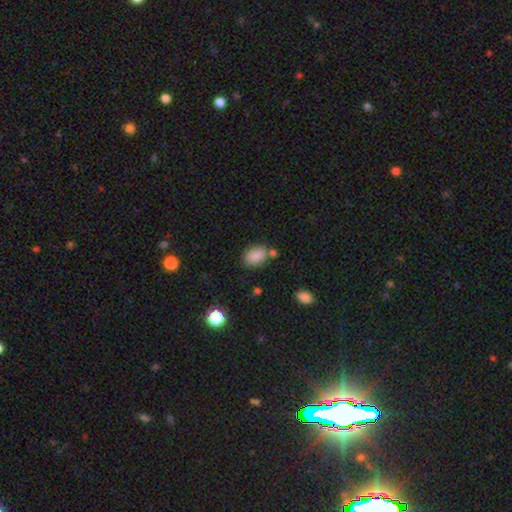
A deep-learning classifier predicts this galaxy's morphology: Smooth or featured? smooth (84%)
How rounded? in between (78%)
Merging? none (70%)